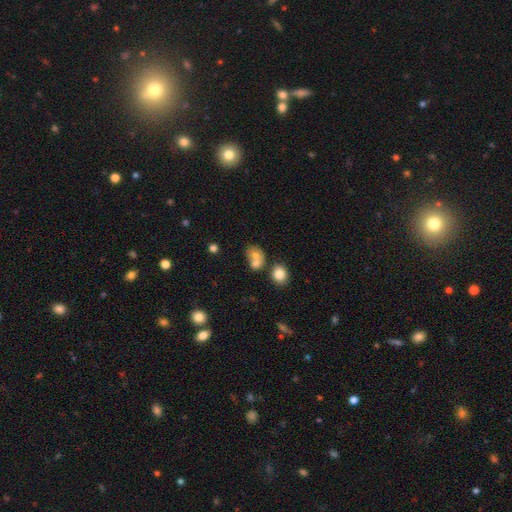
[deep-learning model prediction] smooth-or-featured: smooth: 72% | featured or disk: 17% | star or artifact: 11%
  how-rounded: round: 54% | in between: 45% | cigar-shaped: 1%
  merging: merger: 57% | none: 29% | minor disturbance: 9% | major disturbance: 5%